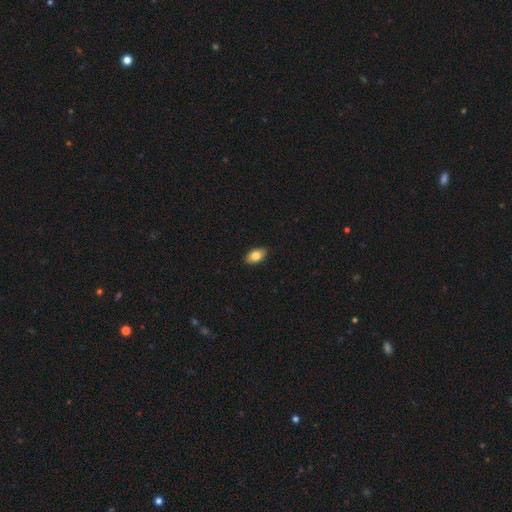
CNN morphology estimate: This appears to be a smooth galaxy with no disk features (80%) that is in between round and cigar-shaped (93%). Merging: none (90%).